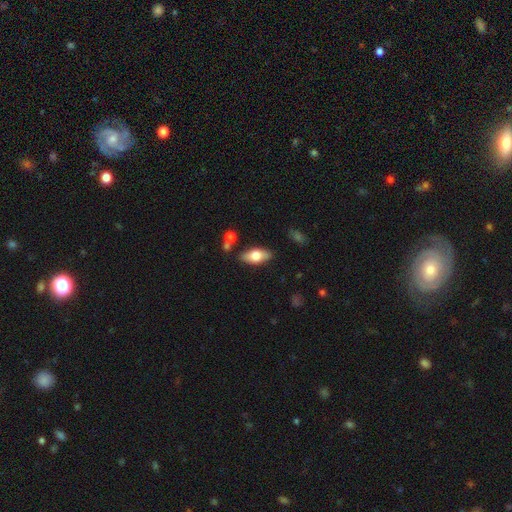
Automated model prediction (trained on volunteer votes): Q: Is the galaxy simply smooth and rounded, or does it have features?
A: smooth — 67%.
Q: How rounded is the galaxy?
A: in between — 85%.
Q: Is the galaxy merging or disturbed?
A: none — 81%.